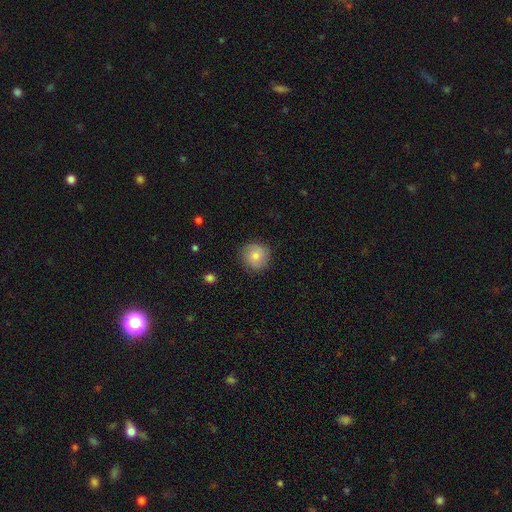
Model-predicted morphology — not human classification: Smooth or featured: smooth — 79% (featured or disk — 13%)
How rounded: round — 92% (in between — 7%)
Merging: none — 84% (minor disturbance — 12%)